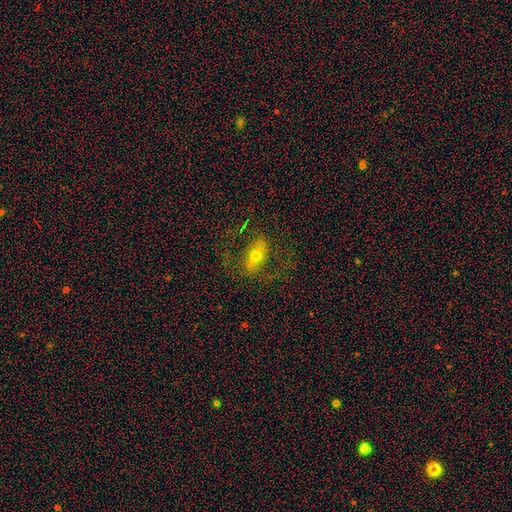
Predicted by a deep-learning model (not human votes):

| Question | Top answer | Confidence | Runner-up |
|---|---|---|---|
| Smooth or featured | featured or disk | 52% | smooth (38%) |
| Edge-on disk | no | 77% | yes (23%) |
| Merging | none | 72% | minor disturbance (15%) |